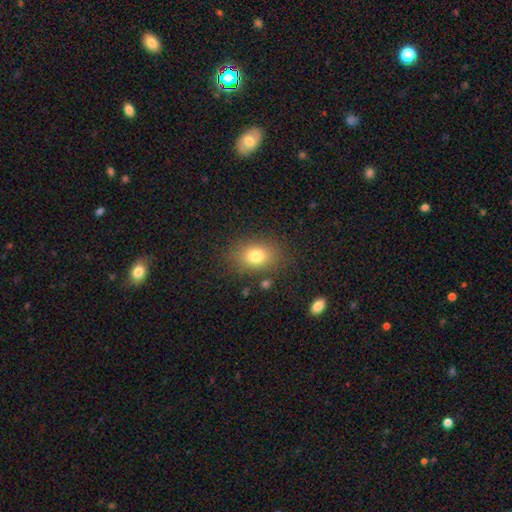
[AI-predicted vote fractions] The model was most divided on "how rounded": in between: 75%, round: 24%, cigar-shaped: 1%. More confident: merging — none (81%); smooth or featured — smooth (79%).